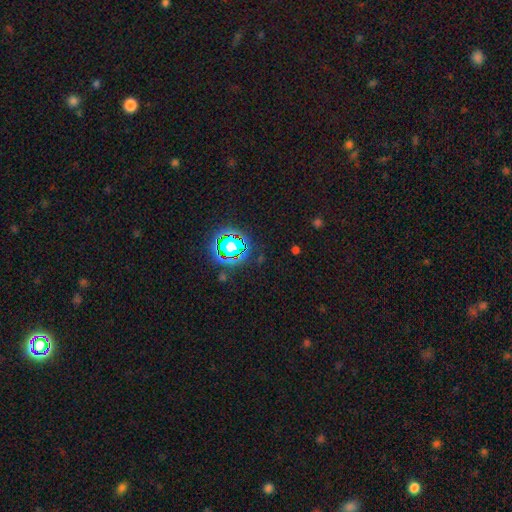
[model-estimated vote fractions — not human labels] Smooth or featured? Predicted: star or artifact (p=0.79).